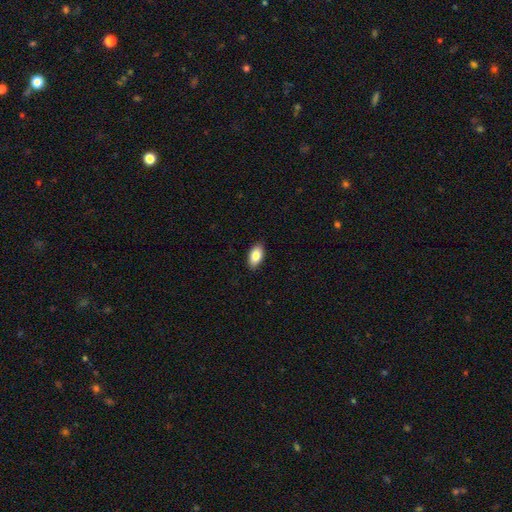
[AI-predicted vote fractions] This is clearly a smooth galaxy (86%). How rounded: clearly in between (93%). Merging: clearly none (88%).